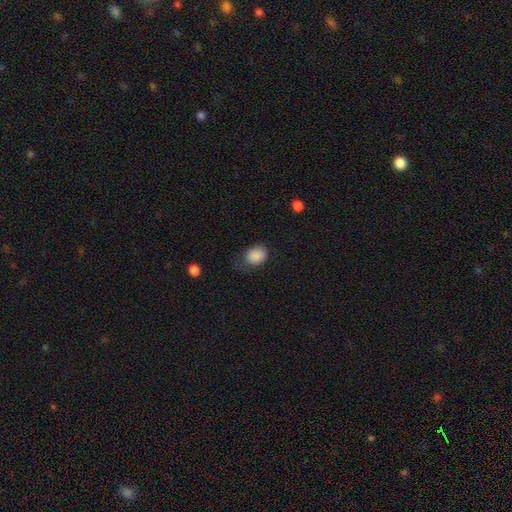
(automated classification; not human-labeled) A smooth galaxy with no disk features (88%) that is in between round and cigar-shaped (58%). Merging: none (57%).